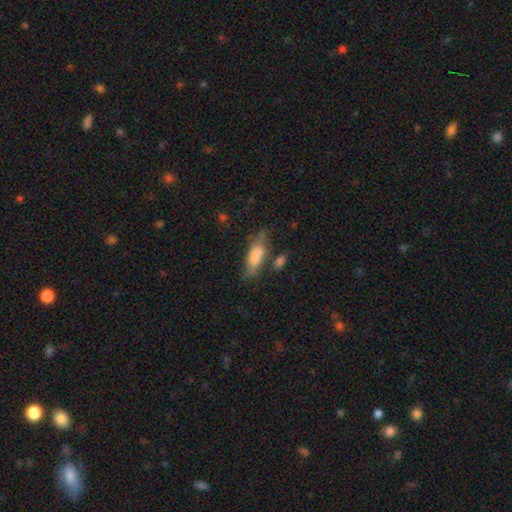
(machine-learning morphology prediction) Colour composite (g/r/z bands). It shows a smooth galaxy with no disk features (72%) that is in between round and cigar-shaped (66%). Merging: none (44%).